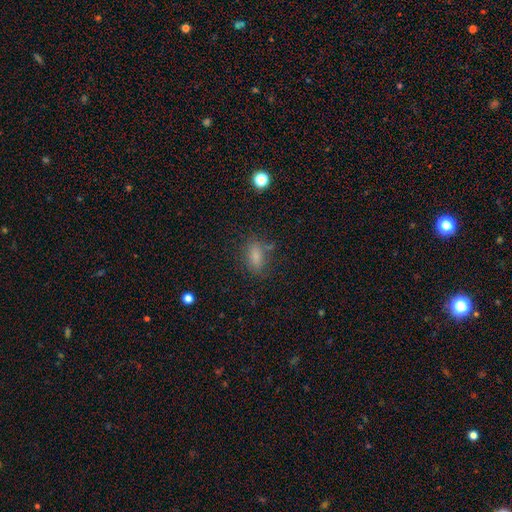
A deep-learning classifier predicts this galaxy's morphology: Smooth or featured? smooth (75%)
How rounded? in between (76%)
Merging? none (74%)